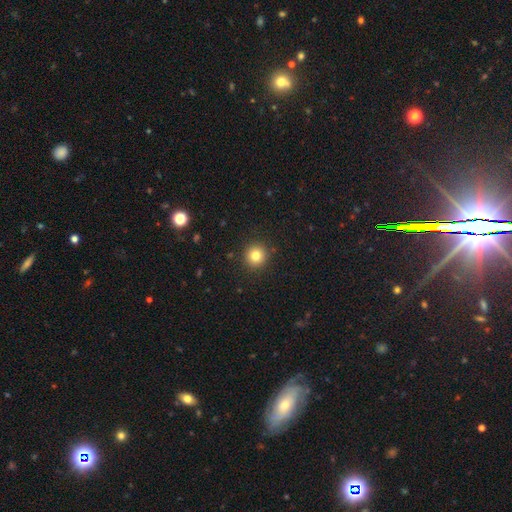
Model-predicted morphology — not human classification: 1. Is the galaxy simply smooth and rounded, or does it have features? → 81% smooth, 12% star or artifact, 7% featured or disk.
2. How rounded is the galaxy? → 94% round, 5% in between, 1% cigar-shaped.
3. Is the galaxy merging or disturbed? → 91% none, 6% minor disturbance, 2% major disturbance, 1% merger.